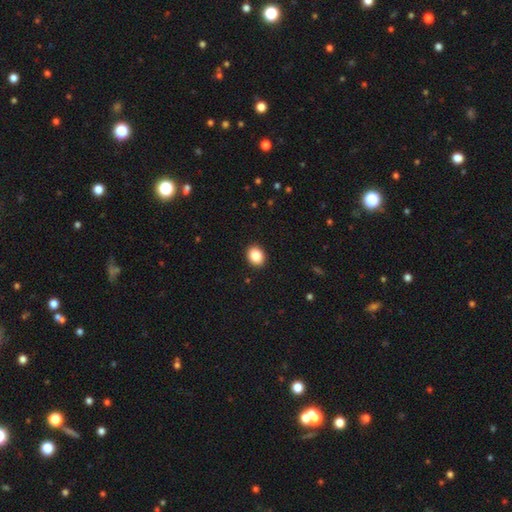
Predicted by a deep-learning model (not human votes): A smooth galaxy with no disk features (87%) that is in between round and cigar-shaped (52%). Merging: none (92%).